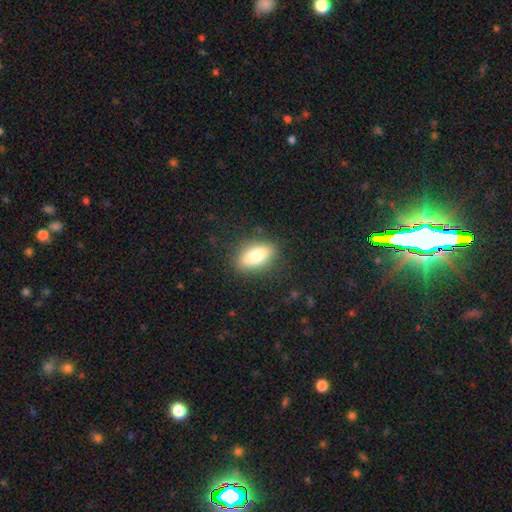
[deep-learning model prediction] Morphology: type=smooth (77%); roundness=in between (82%); merging=none (85%).